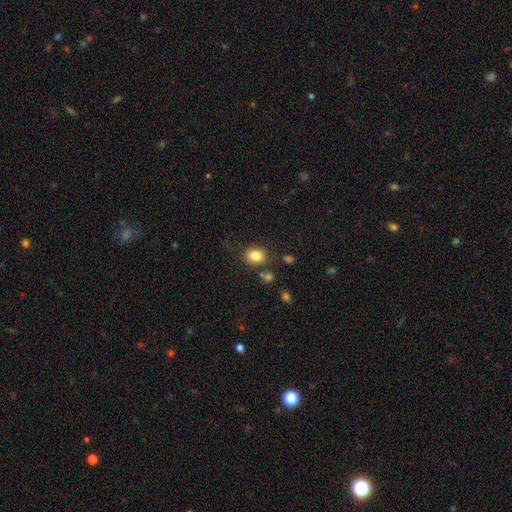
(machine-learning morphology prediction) Smooth or featured?
  - smooth: 83% *
  - star or artifact: 10%
  - featured or disk: 6%
How rounded?
  - round: 52% *
  - in between: 47%
  - cigar-shaped: 1%
Merging?
  - none: 78% *
  - minor disturbance: 12%
  - merger: 6%
  - major disturbance: 4%